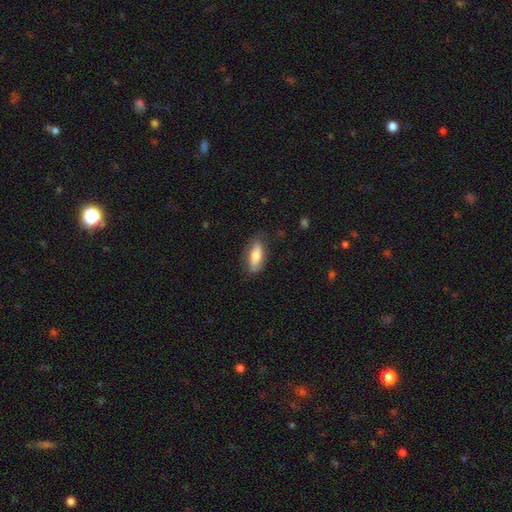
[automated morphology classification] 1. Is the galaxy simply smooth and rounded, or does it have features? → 66% smooth, 27% featured or disk, 6% star or artifact.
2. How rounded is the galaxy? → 76% in between, 21% cigar-shaped, 3% round.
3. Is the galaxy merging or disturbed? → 77% none, 17% minor disturbance, 4% major disturbance, 1% merger.